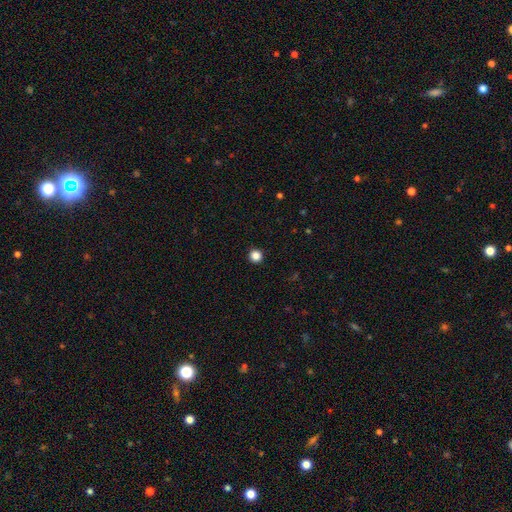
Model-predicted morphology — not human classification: Smooth or featured? Predicted: smooth (p=0.86). How rounded? Predicted: round (p=0.95). Merging? Predicted: none (p=0.94).